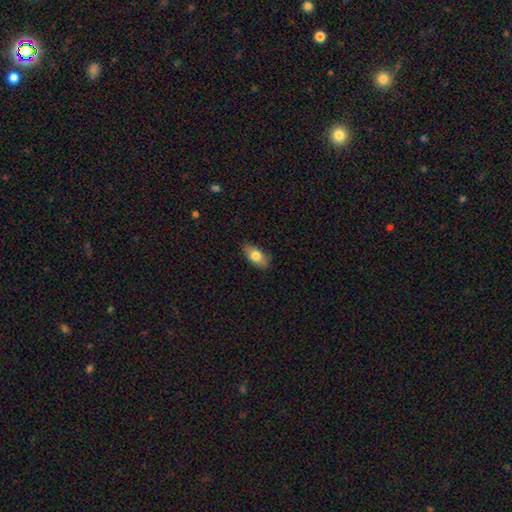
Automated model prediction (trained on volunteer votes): Q: Smooth or featured?
A: smooth (75%); runner-up: featured or disk (19%)
Q: How rounded?
A: in between (89%); runner-up: cigar-shaped (7%)
Q: Merging?
A: none (84%); runner-up: minor disturbance (12%)